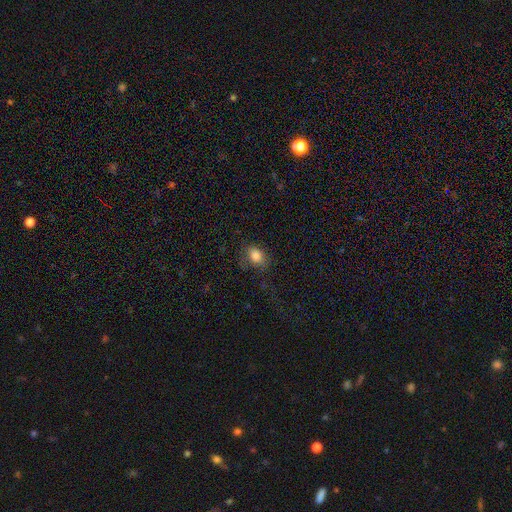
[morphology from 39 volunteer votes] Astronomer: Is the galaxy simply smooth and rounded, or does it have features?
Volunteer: smooth — 90%.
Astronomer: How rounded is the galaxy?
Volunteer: round — 63%.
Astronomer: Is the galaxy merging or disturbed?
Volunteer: none — 78%.